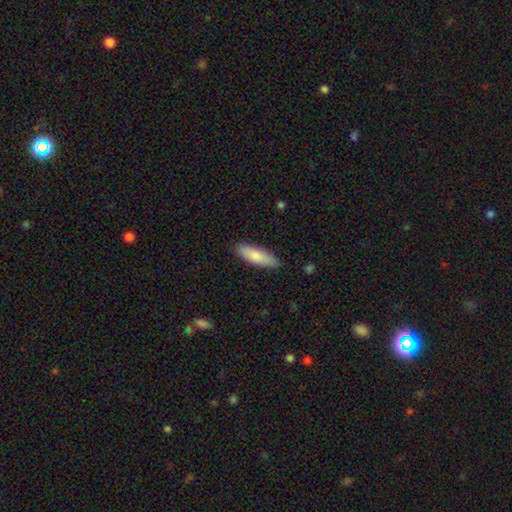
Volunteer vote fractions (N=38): smooth 79%, featured or disk 13%, star or artifact 8%. Down the decision tree: how rounded — cigar-shaped (67%); merging — none (77%).